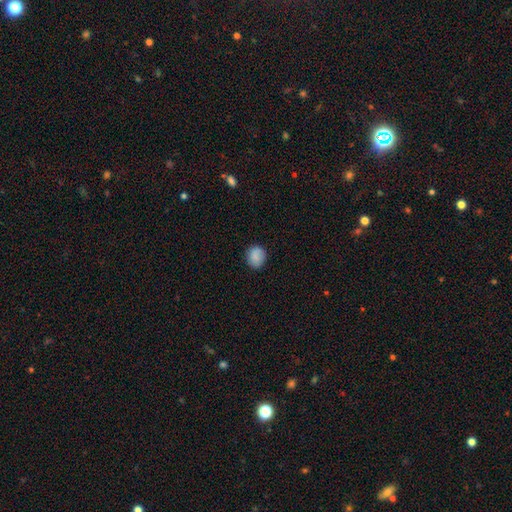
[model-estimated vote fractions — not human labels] smooth 87%, star or artifact 8%, featured or disk 5%. Down the decision tree: how rounded — round (72%); merging — none (84%).